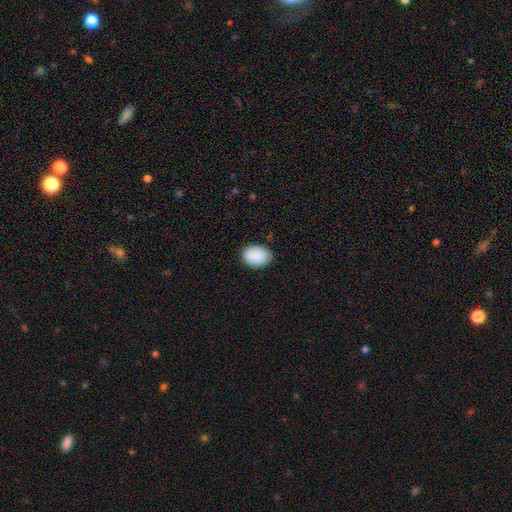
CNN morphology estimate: A smooth galaxy with no disk features (90%) that is in between round and cigar-shaped (81%).

Vote fractions:
- Smooth or featured? smooth: 90% / star or artifact: 6% / featured or disk: 3%
- How rounded? in between: 81% / round: 18% / cigar-shaped: 1%
- Merging? none: 84% / minor disturbance: 13% / major disturbance: 2% / merger: 1%